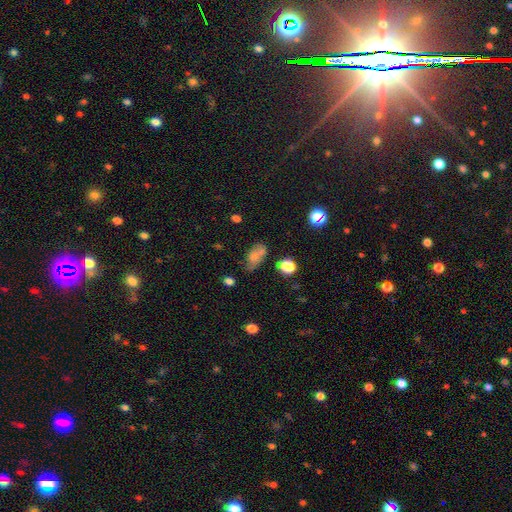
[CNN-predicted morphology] Smooth or featured? smooth (68%)
How rounded? in between (84%)
Merging? none (42%)